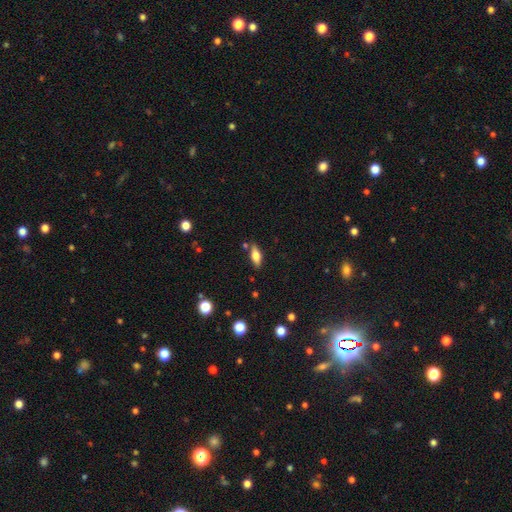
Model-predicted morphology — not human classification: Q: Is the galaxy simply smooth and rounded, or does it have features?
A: smooth — 64%.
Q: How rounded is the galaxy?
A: in between — 70%.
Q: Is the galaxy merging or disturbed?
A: none — 82%.